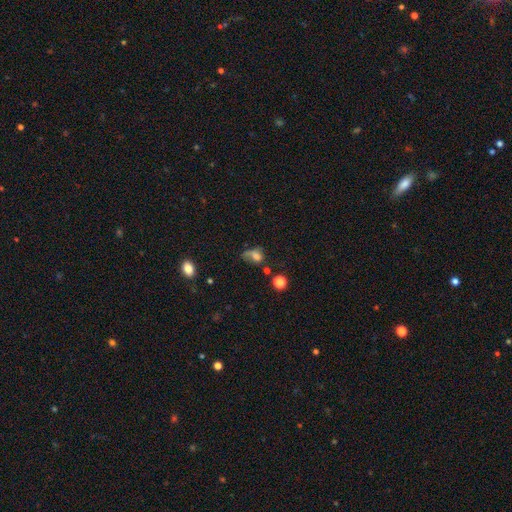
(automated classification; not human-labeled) A smooth galaxy with no disk features (63%) that is in between round and cigar-shaped (63%).

Vote fractions:
- Smooth or featured? smooth: 63% / featured or disk: 20% / star or artifact: 16%
- How rounded? in between: 63% / round: 34% / cigar-shaped: 3%
- Merging? major disturbance: 38% / none: 27% / minor disturbance: 24% / merger: 11%